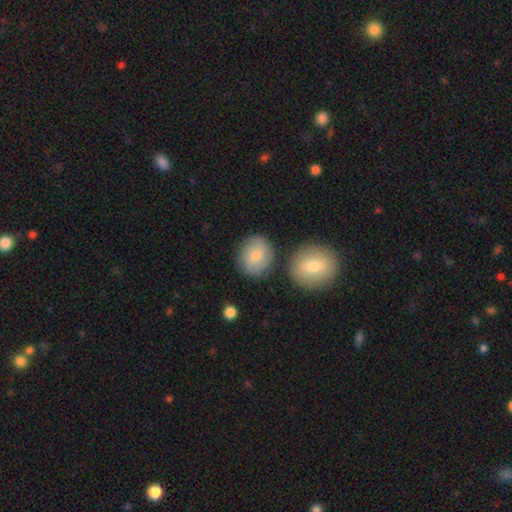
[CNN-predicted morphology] A smooth galaxy with no disk features (63%) that is round (70%).

Vote fractions:
- Smooth or featured? smooth: 63% / featured or disk: 30% / star or artifact: 7%
- How rounded? round: 70% / in between: 28% / cigar-shaped: 1%
- Merging? none: 76% / minor disturbance: 13% / merger: 7% / major disturbance: 4%